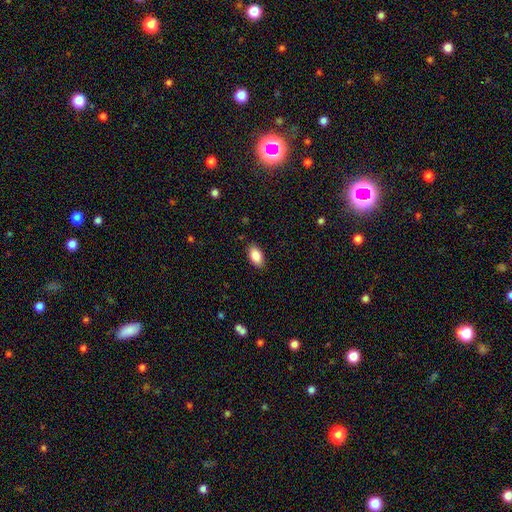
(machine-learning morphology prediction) smooth-or-featured: smooth: 88% | star or artifact: 7% | featured or disk: 5%
  how-rounded: in between: 94% | round: 4% | cigar-shaped: 2%
  merging: none: 87% | minor disturbance: 10% | major disturbance: 2% | merger: 1%